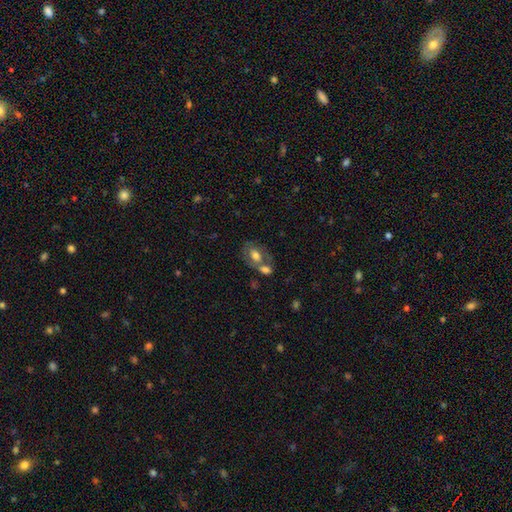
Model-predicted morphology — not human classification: Smooth or featured? Predicted: smooth (p=0.52). How rounded? Predicted: in between (p=0.79). Merging? Predicted: merger (p=0.42).